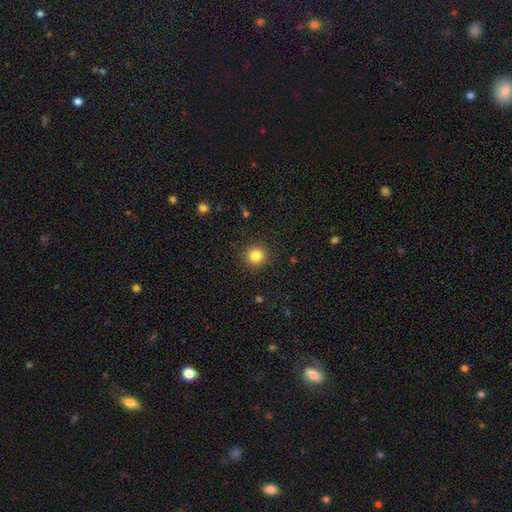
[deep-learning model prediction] Overall: smooth (84%). How rounded: round (95%). Merging: none (91%).